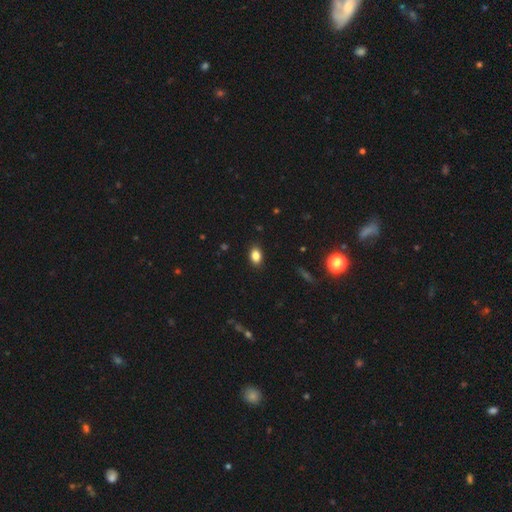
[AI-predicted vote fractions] smooth 84%, star or artifact 10%, featured or disk 6%. Down the decision tree: how rounded — in between (81%); merging — none (88%).